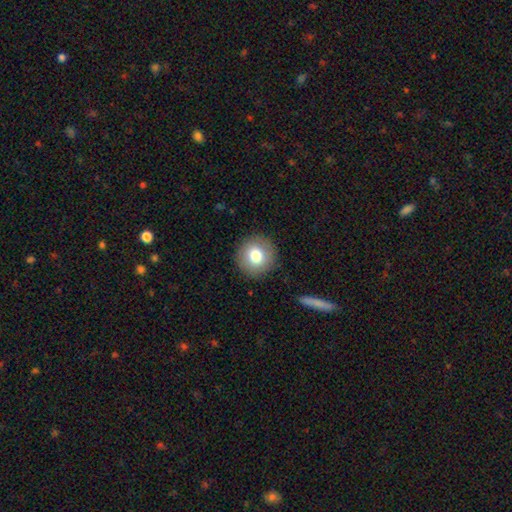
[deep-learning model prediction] smooth 77%, featured or disk 14%, star or artifact 9%. Down the decision tree: how rounded — round (93%); merging — none (89%).